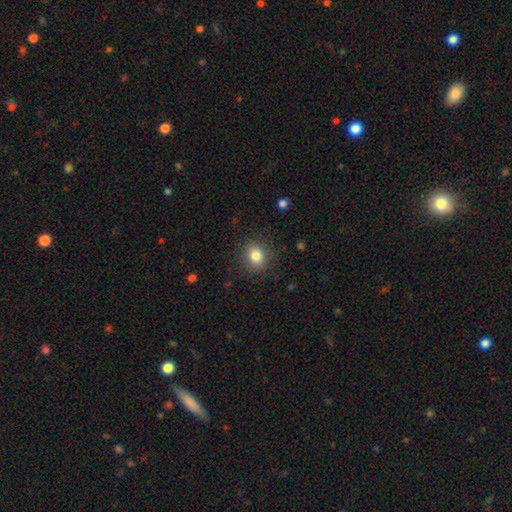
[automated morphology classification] Smooth or featured?
  - smooth: 83% *
  - star or artifact: 11%
  - featured or disk: 6%
How rounded?
  - round: 75% *
  - in between: 24%
  - cigar-shaped: 1%
Merging?
  - none: 88% *
  - minor disturbance: 8%
  - major disturbance: 3%
  - merger: 1%